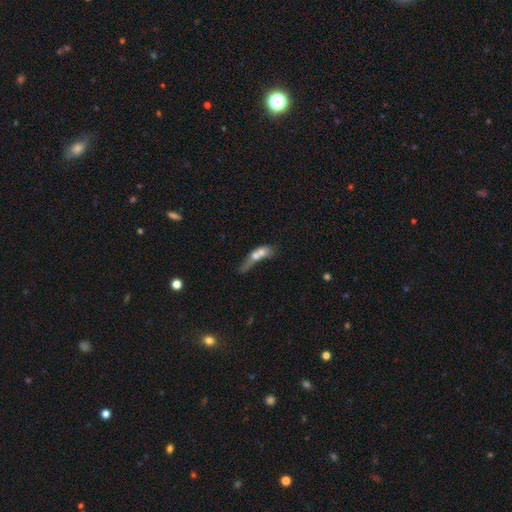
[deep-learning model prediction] A smooth galaxy with no disk features (54%) that is in between round and cigar-shaped (43%).

Vote fractions:
- Smooth or featured? smooth: 54% / featured or disk: 36% / star or artifact: 10%
- How rounded? in between: 43% / cigar-shaped: 41% / round: 16%
- Merging? merger: 61% / major disturbance: 16% / none: 14% / minor disturbance: 9%